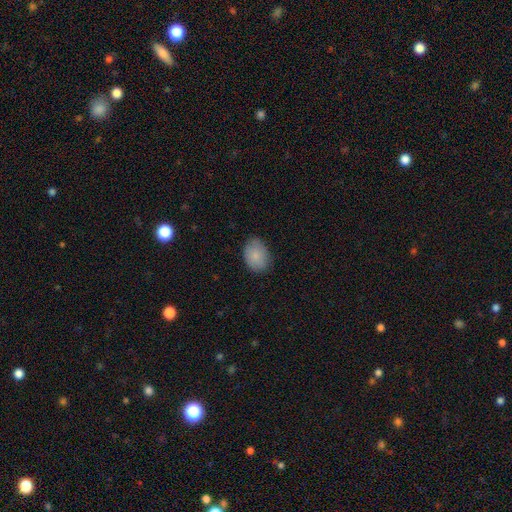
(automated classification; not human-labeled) smooth-or-featured: smooth: 85% | featured or disk: 8% | star or artifact: 7%
  how-rounded: in between: 73% | round: 26% | cigar-shaped: 1%
  merging: none: 79% | minor disturbance: 17% | major disturbance: 3% | merger: 1%